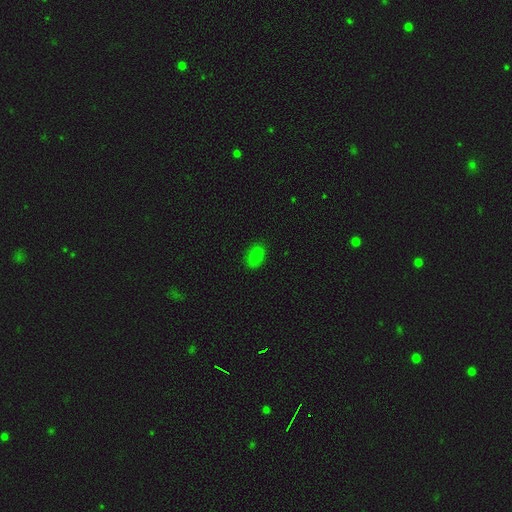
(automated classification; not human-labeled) A smooth galaxy with no disk features (82%) that is in between round and cigar-shaped (89%). Merging: none (82%).